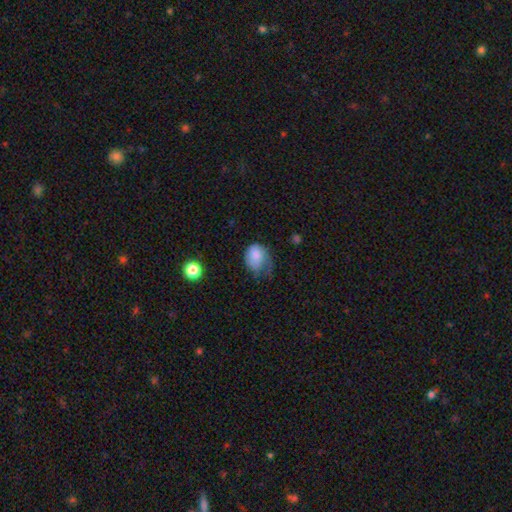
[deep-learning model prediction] smooth_or_featured: smooth (p=0.76) [alt: featured or disk p=0.16]
how_rounded: in between (p=0.55) [alt: round p=0.44]
merging: major disturbance (p=0.39) [alt: minor disturbance p=0.35]